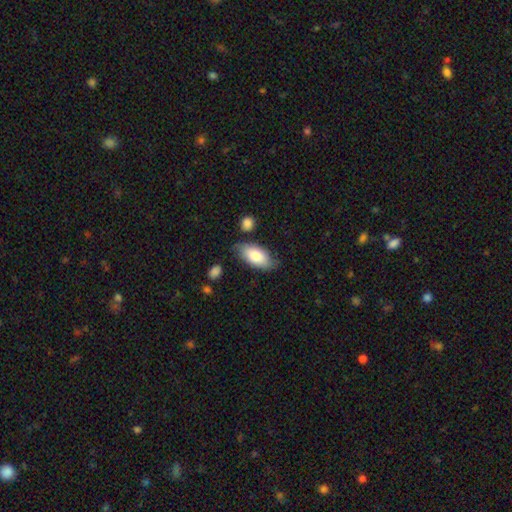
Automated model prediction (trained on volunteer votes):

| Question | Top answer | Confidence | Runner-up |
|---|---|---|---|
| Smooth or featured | smooth | 77% | featured or disk (17%) |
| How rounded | in between | 92% | cigar-shaped (6%) |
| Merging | none | 72% | minor disturbance (20%) |